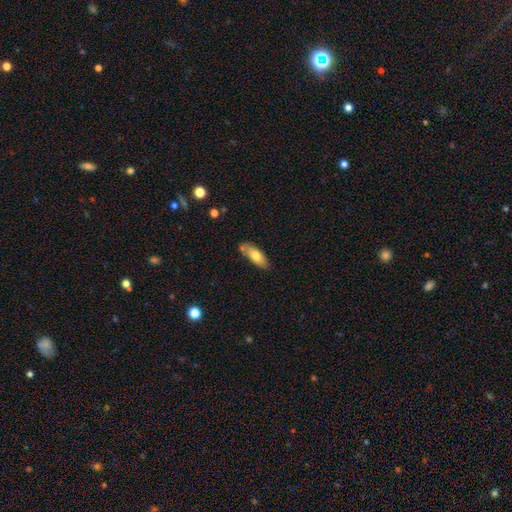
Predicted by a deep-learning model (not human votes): A smooth galaxy with no disk features (71%) that is in between round and cigar-shaped (75%). Merging: none (67%).